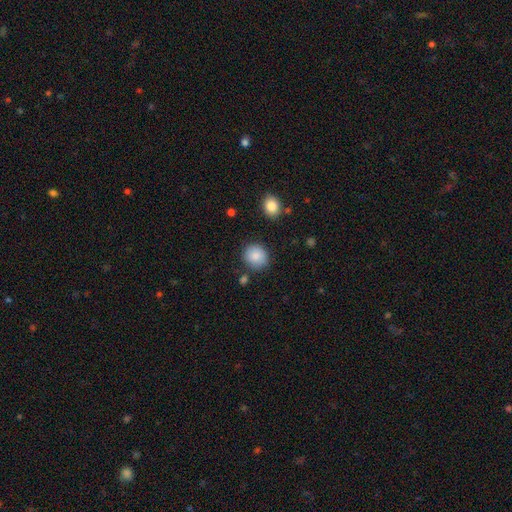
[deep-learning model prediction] smooth-or-featured: smooth: 87% | star or artifact: 8% | featured or disk: 5%
  how-rounded: round: 81% | in between: 18% | cigar-shaped: 1%
  merging: none: 81% | minor disturbance: 12% | major disturbance: 3% | merger: 3%